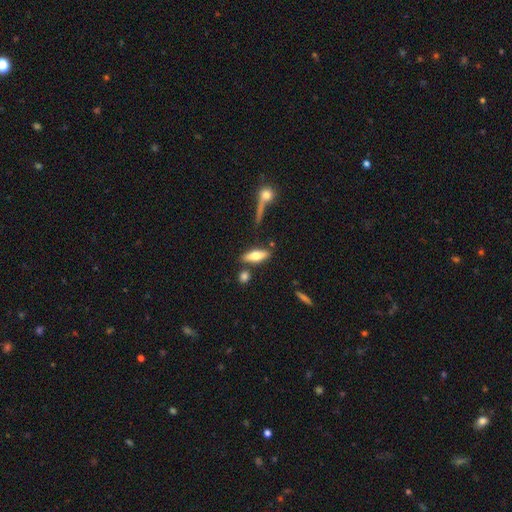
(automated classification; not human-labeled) The model was most divided on "how rounded": in between: 54%, cigar-shaped: 43%, round: 3%. More confident: merging — none (76%); smooth or featured — smooth (62%).